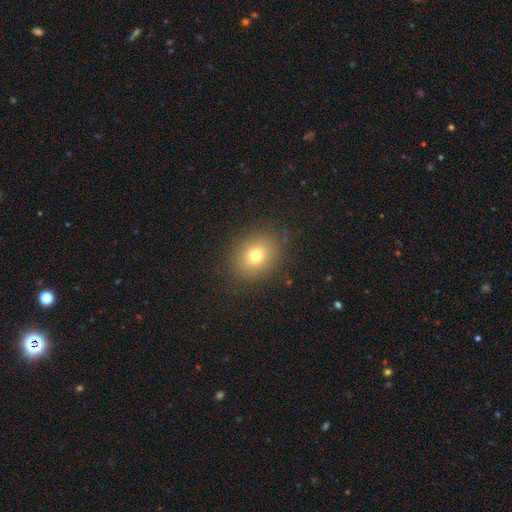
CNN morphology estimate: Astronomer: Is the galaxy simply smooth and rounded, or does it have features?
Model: smooth — 75%.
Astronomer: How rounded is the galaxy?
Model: round — 54% (runner-up: in between, 45%).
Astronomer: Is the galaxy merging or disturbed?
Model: none — 87%.